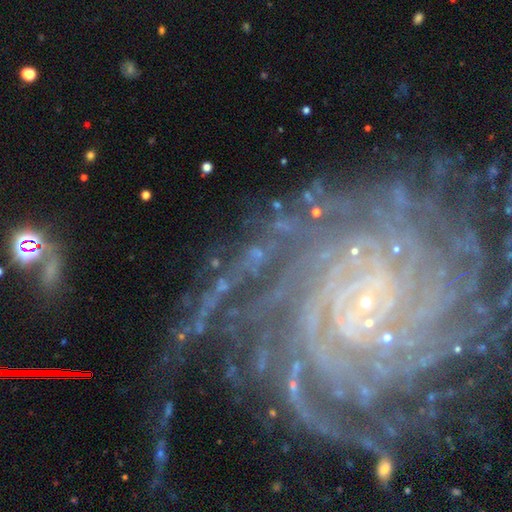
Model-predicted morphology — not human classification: Smooth or featured: featured or disk — 86% (star or artifact — 9%)
Edge-on disk: no — 97% (yes — 3%)
Bar: no — 54% (weak — 27%)
Spiral arms: yes — 98% (no — 2%)
Spiral winding: tight — 80% (medium — 16%)
Spiral arm count: more than 4 — 29% (4 — 18%)
Bulge size: small — 82% (moderate — 11%)
Merging: none — 73% (minor disturbance — 15%)